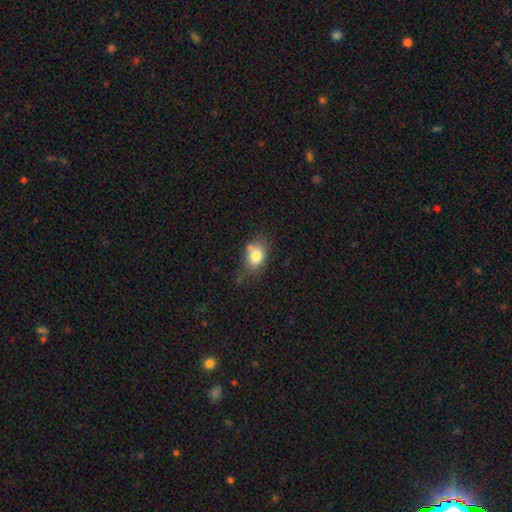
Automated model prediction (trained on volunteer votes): smooth_or_featured: smooth (p=0.79) [alt: featured or disk p=0.12]
how_rounded: in between (p=0.65) [alt: round p=0.34]
merging: none (p=0.58) [alt: minor disturbance p=0.23]